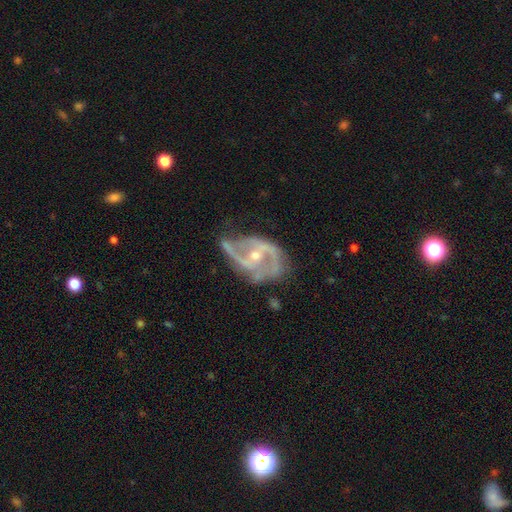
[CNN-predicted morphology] featured or disk 89%, smooth 6%, star or artifact 5%. Down the decision tree: edge-on disk — no (97%); bar — weak (37%); spiral arms — yes (93%); spiral arm count — 2 (78%); spiral winding — medium (50%); bulge size — small (49%); merging — none (51%).